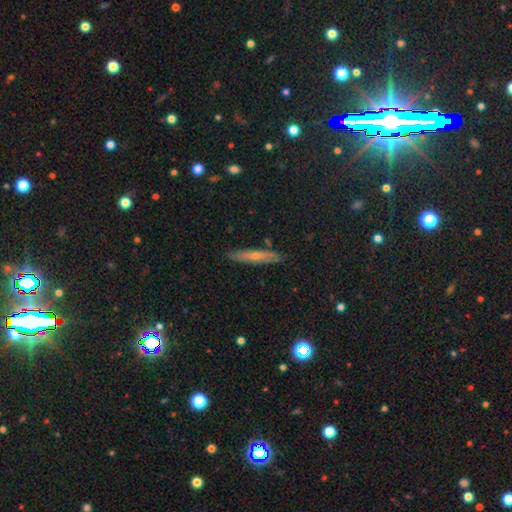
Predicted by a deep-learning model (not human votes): featured or disk 44% (tied), smooth 44% (tied), star or artifact 12%. Down the decision tree: merging — none (87%).